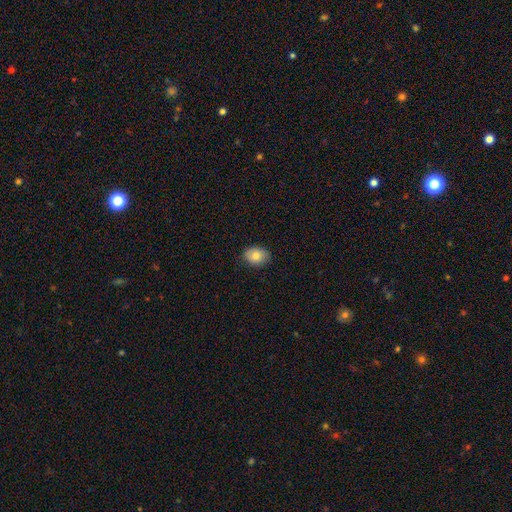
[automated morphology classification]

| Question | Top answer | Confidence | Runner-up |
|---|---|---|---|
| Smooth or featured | smooth | 81% | featured or disk (11%) |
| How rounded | in between | 68% | round (31%) |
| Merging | none | 83% | minor disturbance (14%) |